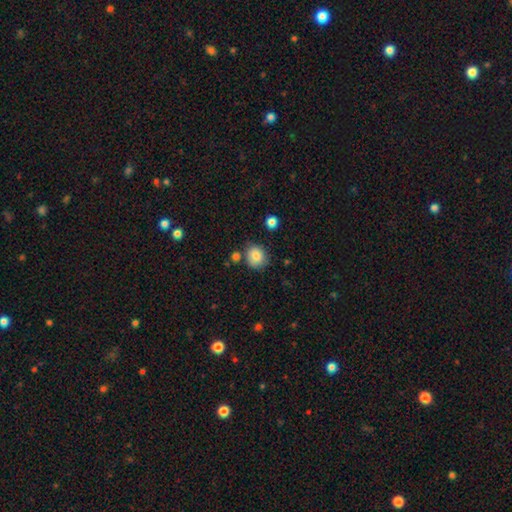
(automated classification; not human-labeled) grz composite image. It shows a smooth galaxy with no disk features (83%) that is round (79%). Merging: none (75%).